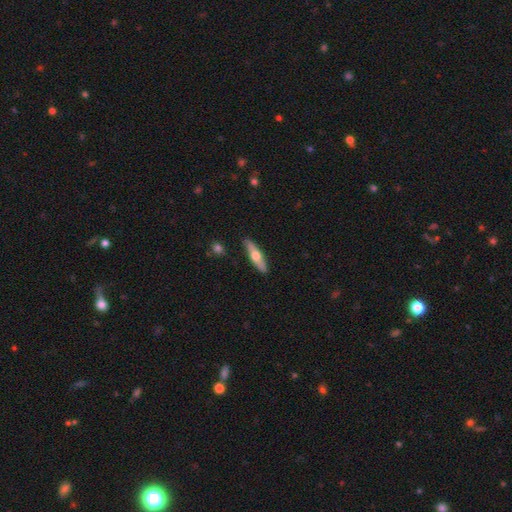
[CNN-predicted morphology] Smooth or featured?
  - smooth: 50% *
  - featured or disk: 45%
  - star or artifact: 5%
Merging?
  - none: 89% *
  - minor disturbance: 8%
  - major disturbance: 2%
  - merger: 1%